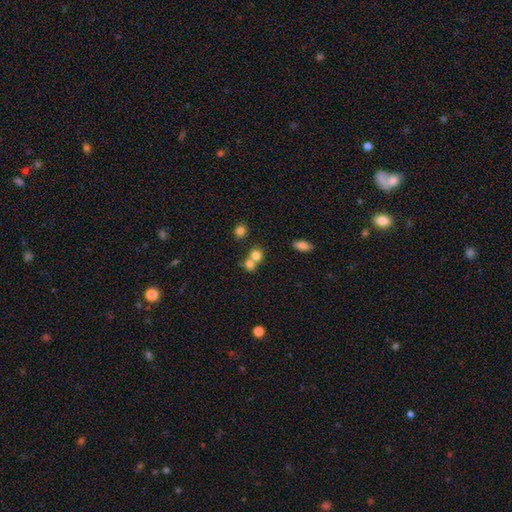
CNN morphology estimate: Overall: smooth (77%). How rounded: round (77%). Merging: merger (53%; none 38%).